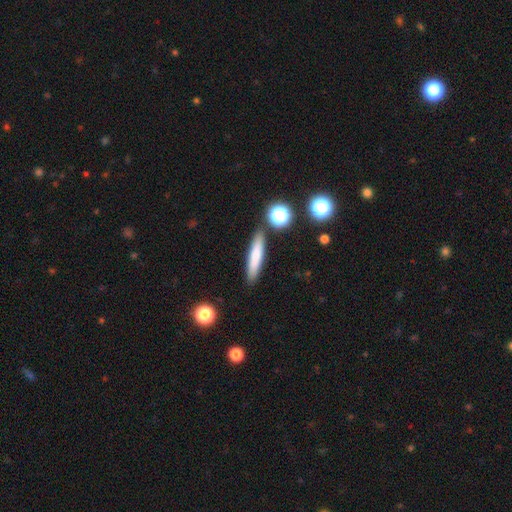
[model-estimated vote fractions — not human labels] Morphology: type=smooth (72%); roundness=cigar-shaped (89%); merging=none (86%).